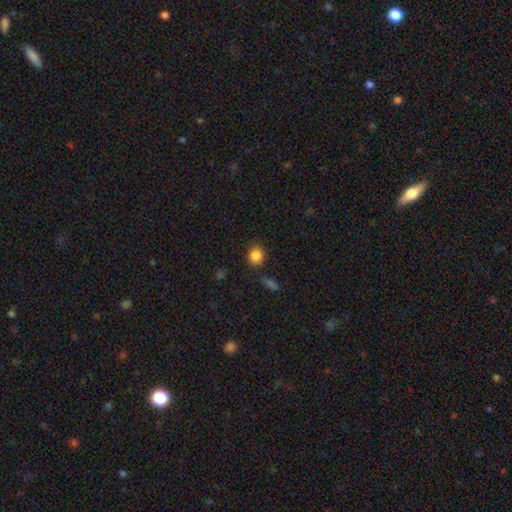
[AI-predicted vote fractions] A smooth galaxy with no disk features (86%) that is round (74%). Merging: none (83%).